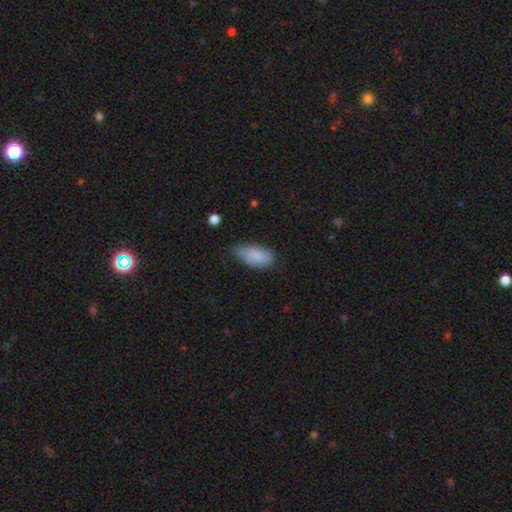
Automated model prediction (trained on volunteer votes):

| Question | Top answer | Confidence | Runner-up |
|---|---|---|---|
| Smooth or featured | smooth | 83% | featured or disk (9%) |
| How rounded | in between | 92% | cigar-shaped (6%) |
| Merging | none | 49% | minor disturbance (39%) |